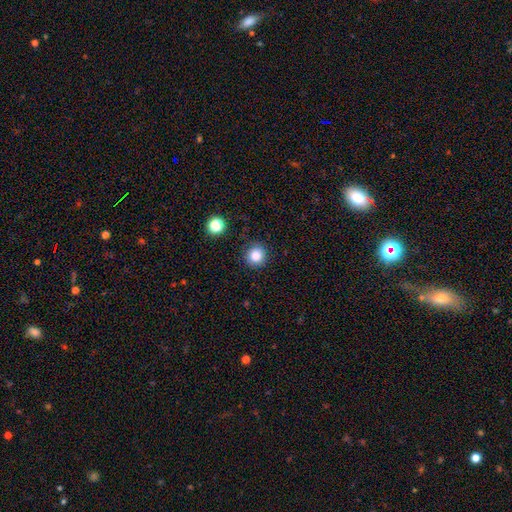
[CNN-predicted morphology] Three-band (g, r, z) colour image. It shows a smooth galaxy with no disk features (84%) that is round (93%). Merging: none (88%).